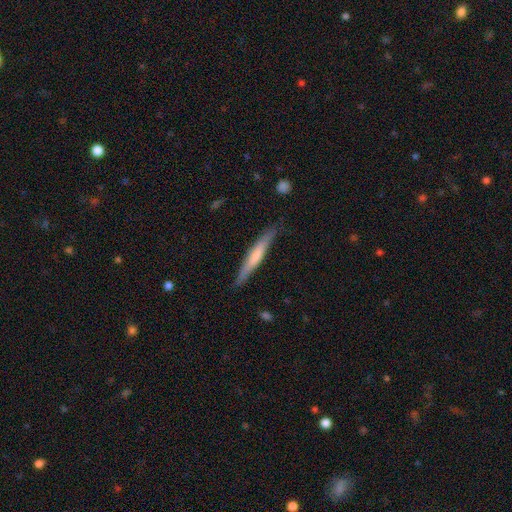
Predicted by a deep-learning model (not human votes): This appears to be a smooth galaxy with no disk features (52%) that is cigar-shaped (95%). Merging: none (85%).